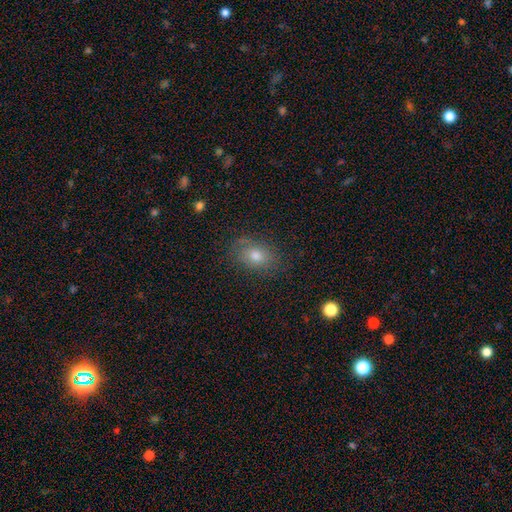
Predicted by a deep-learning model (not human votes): smooth_or_featured: smooth (p=0.72) [alt: featured or disk p=0.16]
how_rounded: in between (p=0.73) [alt: round p=0.25]
merging: none (p=0.79) [alt: minor disturbance p=0.15]